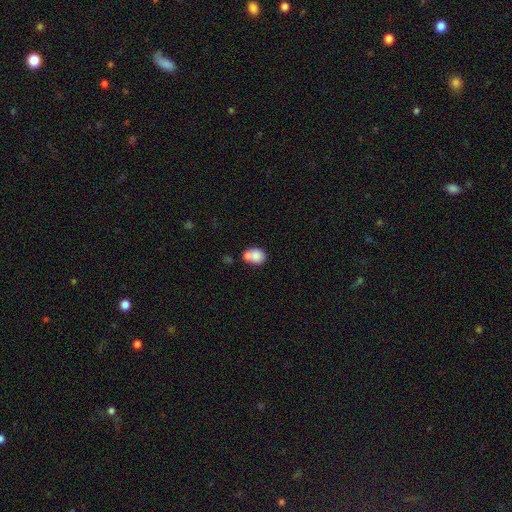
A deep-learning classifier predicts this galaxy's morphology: This appears to be a smooth galaxy with no disk features (79%) that is round (54%). Merging: merger (48%).